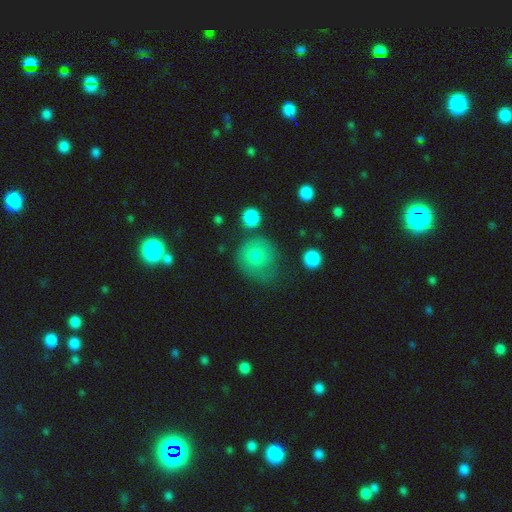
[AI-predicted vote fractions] This is likely a smooth galaxy (70%). How rounded: clearly round (85%). Merging: possibly none (51%).